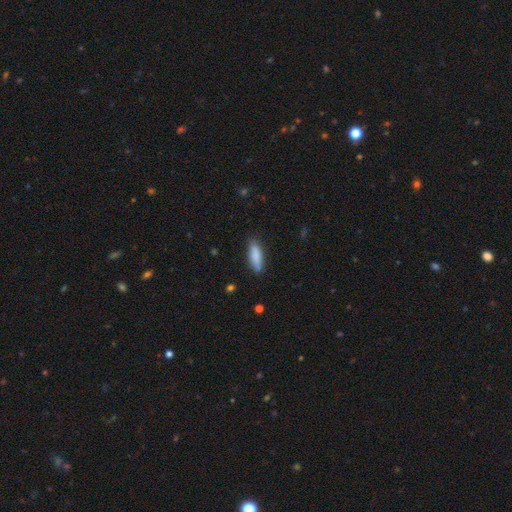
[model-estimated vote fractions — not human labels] smooth-or-featured: smooth: 85% | featured or disk: 9% | star or artifact: 6%
  how-rounded: in between: 49% (tied) | cigar-shaped: 49% (tied) | round: 2%
  merging: none: 80% | minor disturbance: 15% | major disturbance: 3% | merger: 2%